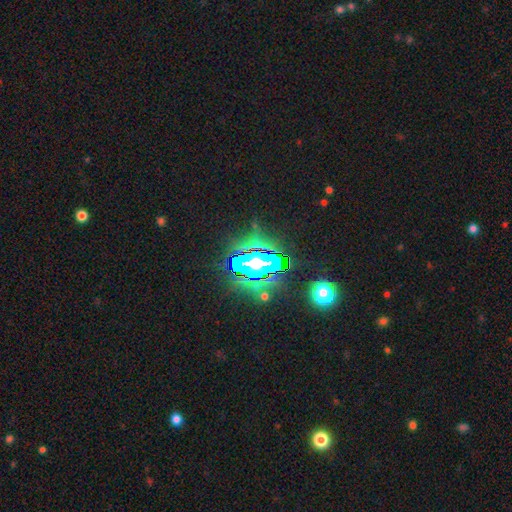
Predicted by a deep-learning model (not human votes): Q: Smooth or featured?
A: star or artifact (71%); runner-up: smooth (16%)